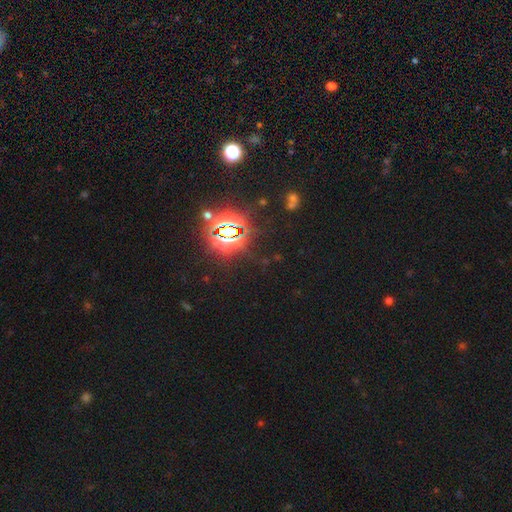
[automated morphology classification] smooth_or_featured: star or artifact (p=0.83) [alt: smooth p=0.10]